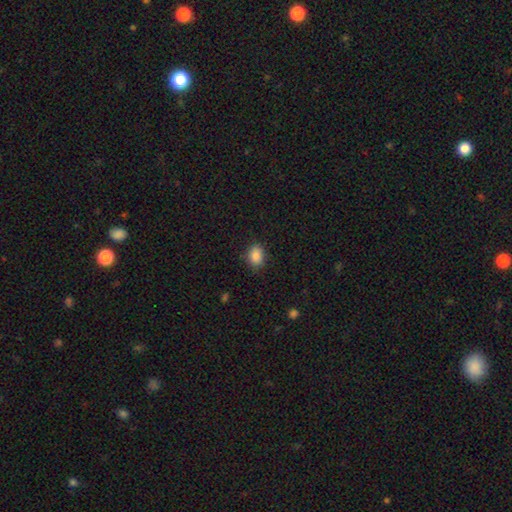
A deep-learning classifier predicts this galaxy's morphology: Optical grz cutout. It shows a smooth galaxy with no disk features (88%) that is in between round and cigar-shaped (71%). Merging: none (84%).